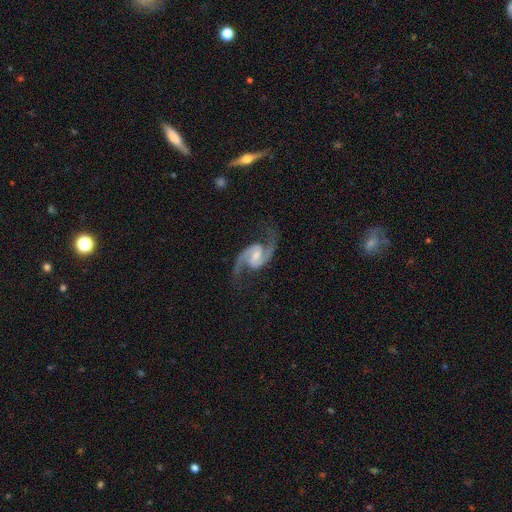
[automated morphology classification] Smooth or featured? Predicted: featured or disk (p=0.93). Edge-on disk? Predicted: no (p=0.98). Bar? Predicted: weak (p=0.53). Spiral arms? Predicted: yes (p=0.98). Spiral winding? Predicted: loose (p=0.48). Spiral arm count? Predicted: 2 (p=0.95). Bulge size? Predicted: moderate (p=0.37). Merging? Predicted: none (p=0.80).